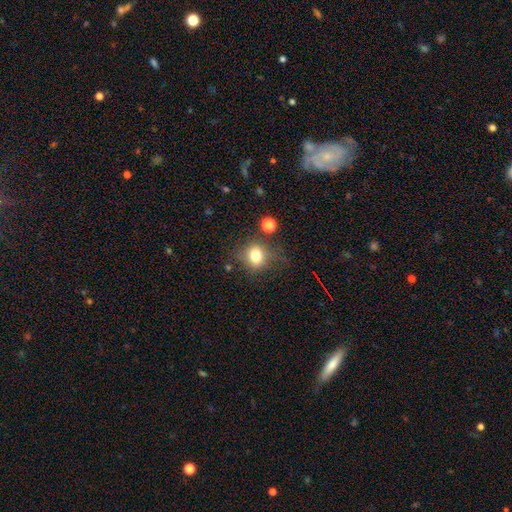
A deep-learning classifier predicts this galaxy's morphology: This appears to be a smooth galaxy with no disk features (77%) that is round (72%). Merging: none (71%).